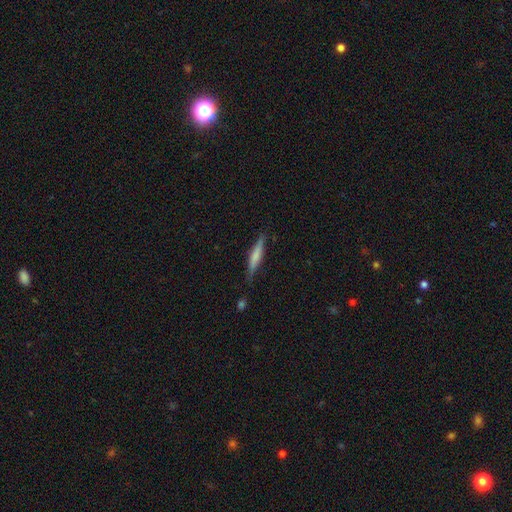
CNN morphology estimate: smooth 56%, featured or disk 38%, star or artifact 6%. Down the decision tree: how rounded — cigar-shaped (89%); merging — none (82%).